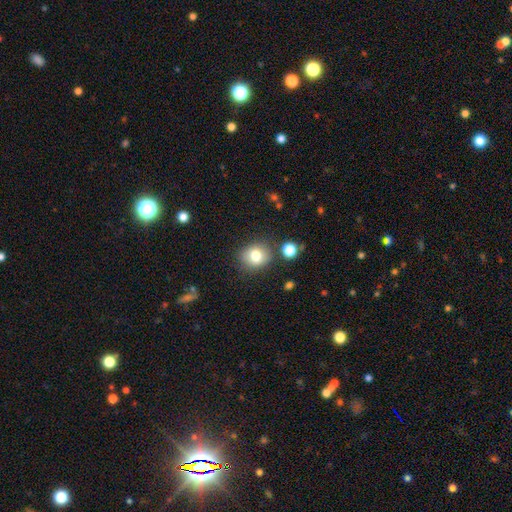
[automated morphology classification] The model was most divided on "how rounded": round: 71%, in between: 28%, cigar-shaped: 1%. More confident: merging — none (80%); smooth or featured — smooth (78%).